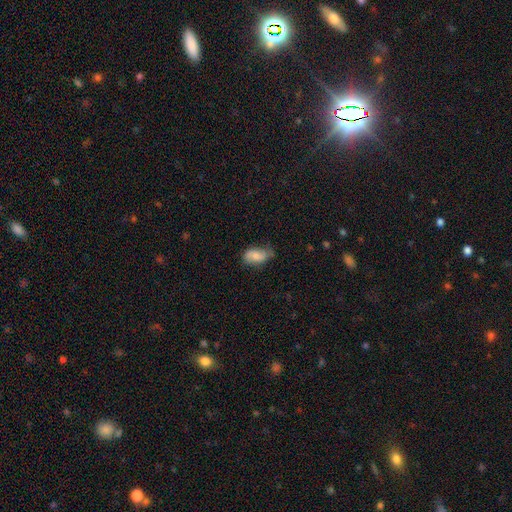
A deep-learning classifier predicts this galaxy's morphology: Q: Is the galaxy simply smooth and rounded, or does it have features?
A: smooth — 67%.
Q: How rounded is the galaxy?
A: in between — 91%.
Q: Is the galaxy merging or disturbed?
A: none — 56%.